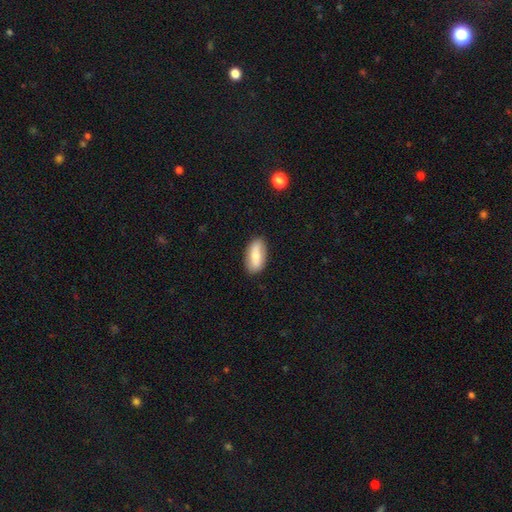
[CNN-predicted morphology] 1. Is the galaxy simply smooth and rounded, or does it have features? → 71% smooth, 23% featured or disk, 6% star or artifact.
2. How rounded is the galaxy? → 88% in between, 9% cigar-shaped, 3% round.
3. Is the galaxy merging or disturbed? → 85% none, 11% minor disturbance, 2% major disturbance, 1% merger.